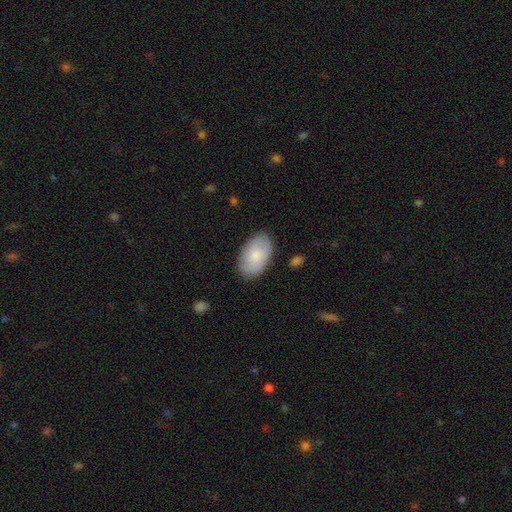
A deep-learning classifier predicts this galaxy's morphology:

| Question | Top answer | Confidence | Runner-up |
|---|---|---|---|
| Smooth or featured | smooth | 72% | featured or disk (22%) |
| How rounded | in between | 93% | round (6%) |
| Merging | none | 83% | minor disturbance (13%) |